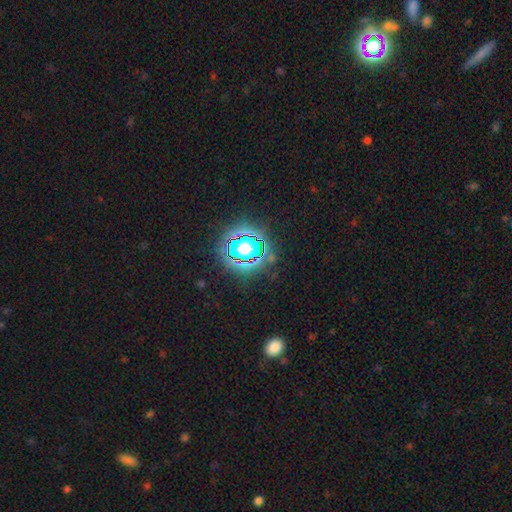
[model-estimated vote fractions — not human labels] star or artifact 81%, smooth 12%, featured or disk 7%.